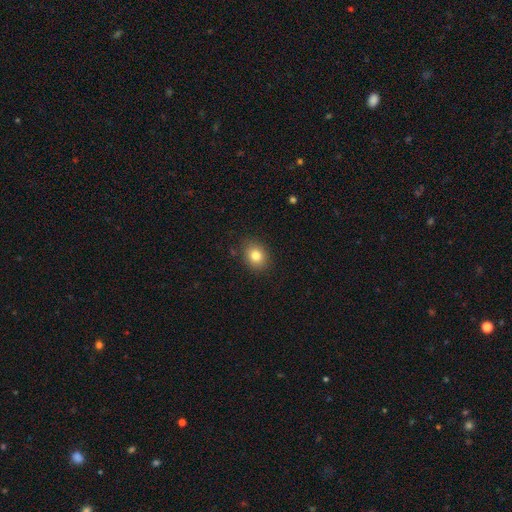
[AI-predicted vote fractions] Morphology: type=smooth (81%); roundness=round (55%); merging=none (86%).